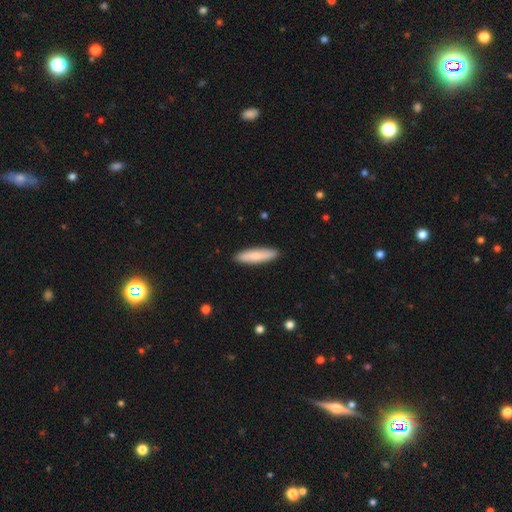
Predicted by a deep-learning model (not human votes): Smooth or featured: smooth — 79% (featured or disk — 16%)
How rounded: cigar-shaped — 75% (in between — 23%)
Merging: none — 90% (minor disturbance — 7%)